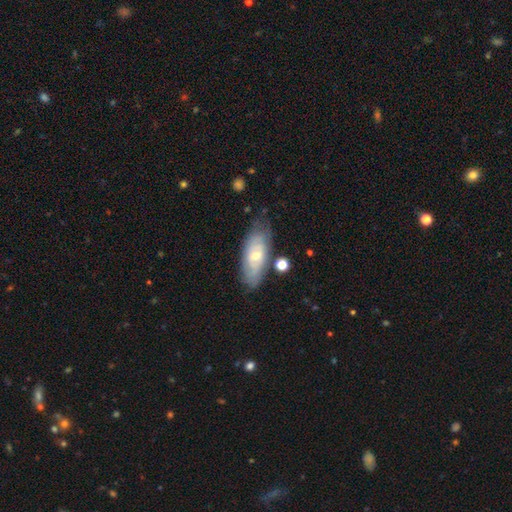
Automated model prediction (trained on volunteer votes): Q: Smooth or featured?
A: featured or disk (52%); runner-up: smooth (41%)
Q: Edge-on disk?
A: no (82%); runner-up: yes (18%)
Q: Merging?
A: none (70%); runner-up: minor disturbance (20%)